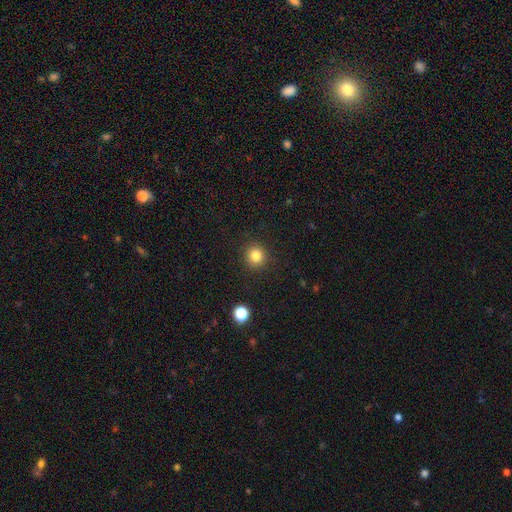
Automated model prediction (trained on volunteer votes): smooth 82%, star or artifact 12%, featured or disk 6%. Down the decision tree: how rounded — round (92%); merging — none (91%).